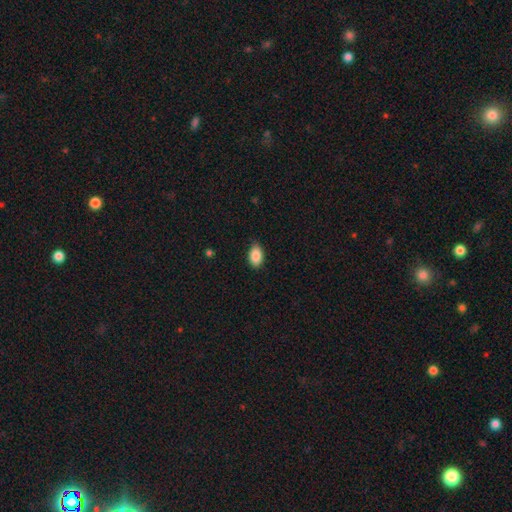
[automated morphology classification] Smooth or featured? smooth (88%)
How rounded? in between (90%)
Merging? none (84%)